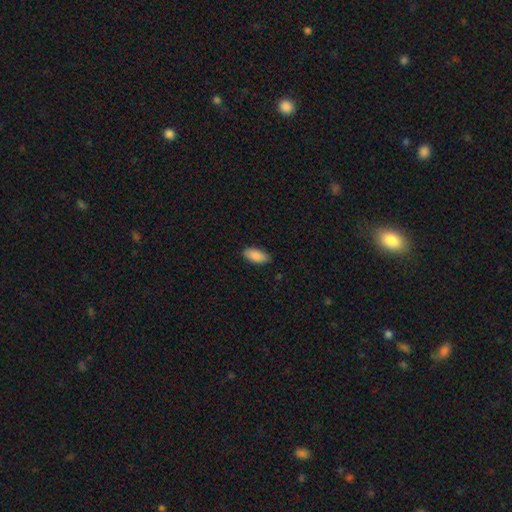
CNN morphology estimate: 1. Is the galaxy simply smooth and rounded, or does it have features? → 89% smooth, 6% star or artifact, 4% featured or disk.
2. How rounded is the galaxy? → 89% in between, 10% cigar-shaped, 2% round.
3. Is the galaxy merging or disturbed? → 85% none, 11% minor disturbance, 2% major disturbance, 1% merger.